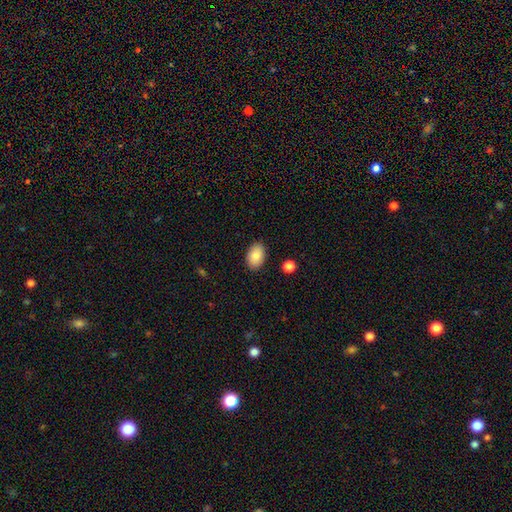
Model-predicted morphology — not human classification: Smooth or featured: smooth — 88% (star or artifact — 7%)
How rounded: in between — 89% (round — 10%)
Merging: none — 88% (minor disturbance — 9%)